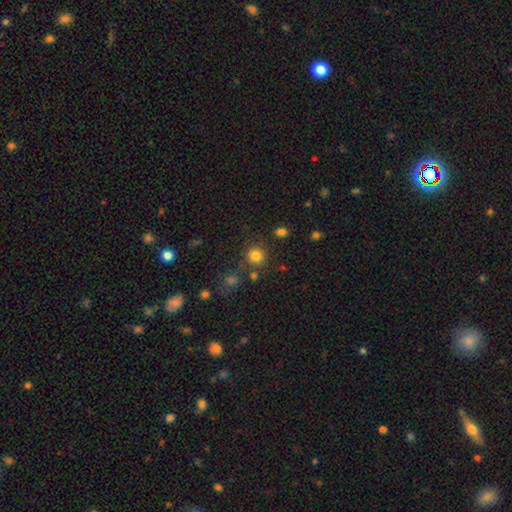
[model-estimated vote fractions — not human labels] smooth 81%, star or artifact 13%, featured or disk 5%. Down the decision tree: how rounded — round (91%); merging — none (78%).